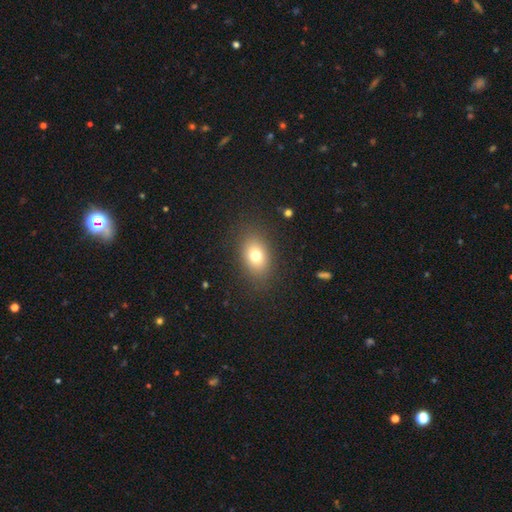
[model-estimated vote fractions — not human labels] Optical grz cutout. It shows a smooth galaxy with no disk features (75%) that is in between round and cigar-shaped (74%). Merging: none (85%).